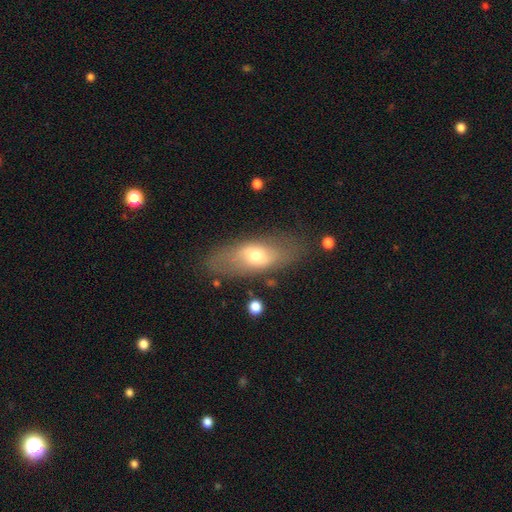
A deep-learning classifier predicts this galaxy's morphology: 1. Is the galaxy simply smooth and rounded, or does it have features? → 54% smooth, 38% featured or disk, 8% star or artifact.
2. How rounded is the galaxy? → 75% in between, 20% cigar-shaped, 5% round.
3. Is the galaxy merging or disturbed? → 76% none, 15% minor disturbance, 7% major disturbance, 2% merger.